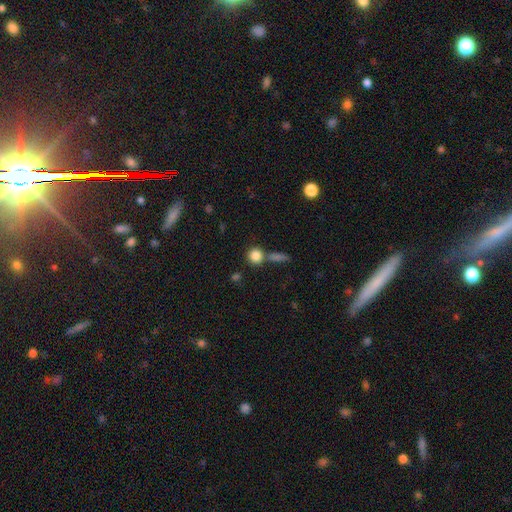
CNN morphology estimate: smooth 84%, star or artifact 10%, featured or disk 7%. Down the decision tree: how rounded — round (88%); merging — none (65%).